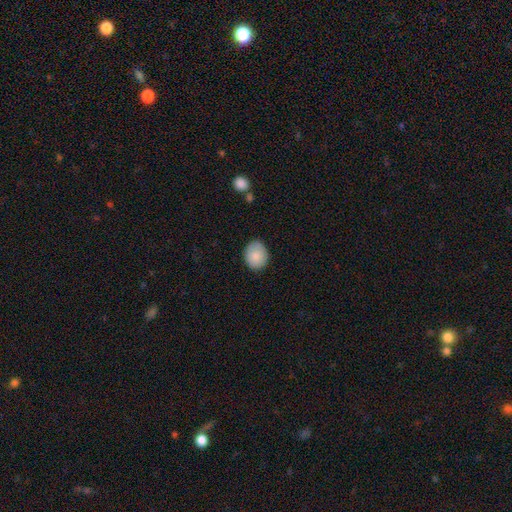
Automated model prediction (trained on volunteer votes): A smooth galaxy with no disk features (87%) that is round (54%).

Vote fractions:
- Smooth or featured? smooth: 87% / star or artifact: 7% / featured or disk: 6%
- How rounded? round: 54% / in between: 45% / cigar-shaped: 1%
- Merging? none: 81% / minor disturbance: 15% / major disturbance: 3% / merger: 1%